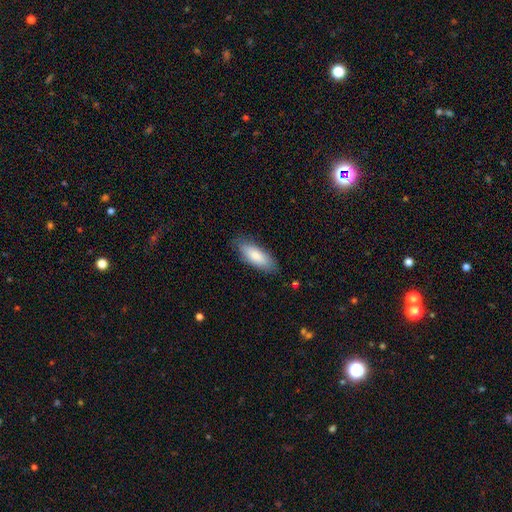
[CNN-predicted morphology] This is clearly a smooth galaxy (82%). How rounded: likely in between (74%). Merging: clearly none (81%).